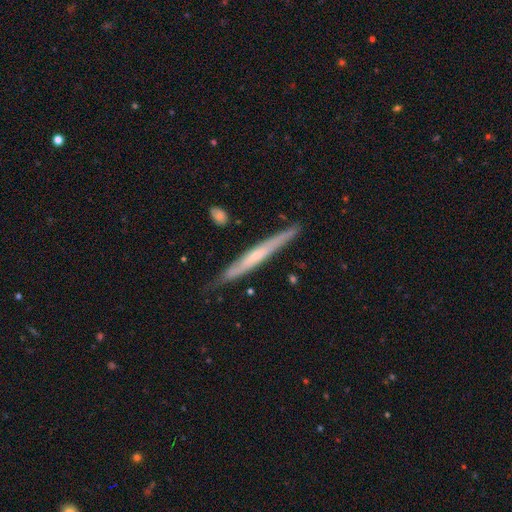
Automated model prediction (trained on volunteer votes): Smooth or featured? featured or disk (62%)
Edge-on disk? yes (91%)
Edge-on bulge? none (58%)
Merging? none (79%)